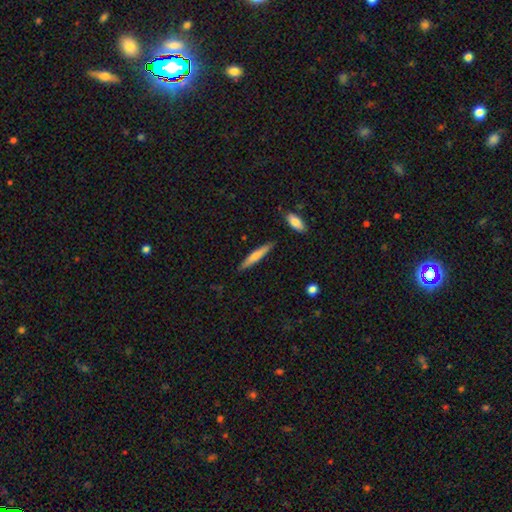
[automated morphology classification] A smooth galaxy with no disk features (68%) that is cigar-shaped (91%).

Vote fractions:
- Smooth or featured? smooth: 68% / featured or disk: 27% / star or artifact: 6%
- How rounded? cigar-shaped: 91% / in between: 7% / round: 1%
- Merging? none: 87% / minor disturbance: 9% / merger: 2% / major disturbance: 2%